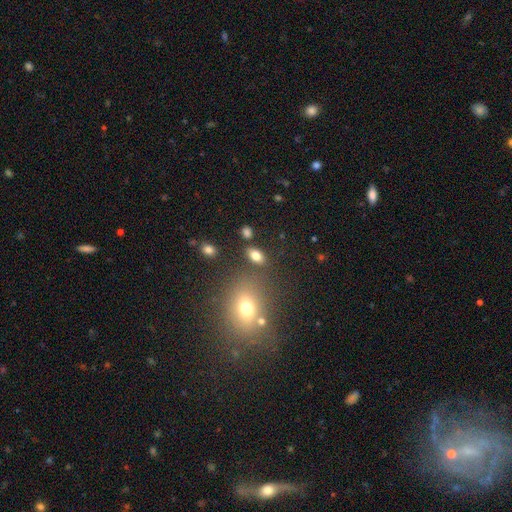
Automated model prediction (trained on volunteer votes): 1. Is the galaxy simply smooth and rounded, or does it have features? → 79% smooth, 11% star or artifact, 10% featured or disk.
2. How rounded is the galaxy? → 87% in between, 10% round, 3% cigar-shaped.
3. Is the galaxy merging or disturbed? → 79% none, 11% minor disturbance, 7% merger, 4% major disturbance.